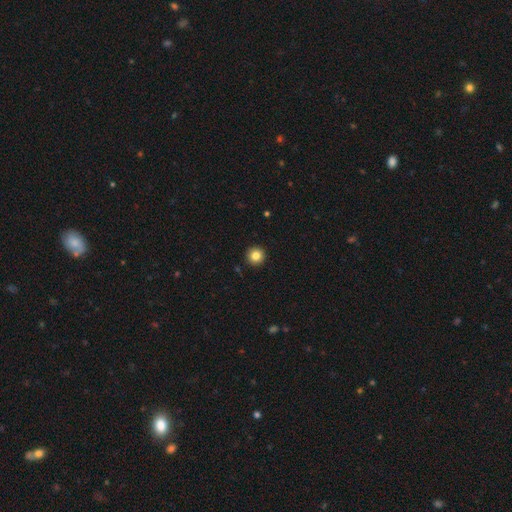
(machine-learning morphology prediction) type=smooth (84%); roundness=round (96%); merging=none (93%).